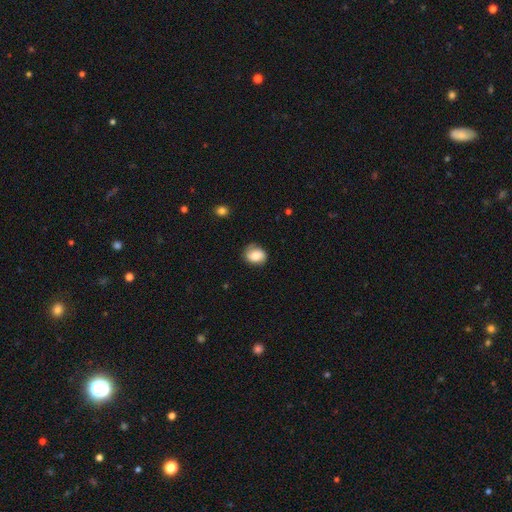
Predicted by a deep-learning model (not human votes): Smooth or featured? Predicted: smooth (p=0.66). How rounded? Predicted: round (p=0.58). Merging? Predicted: none (p=0.72).